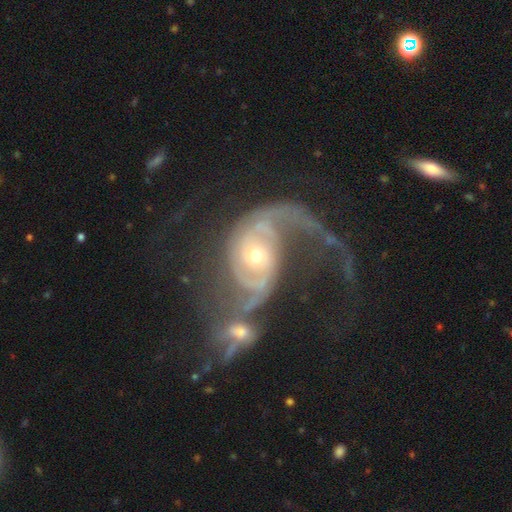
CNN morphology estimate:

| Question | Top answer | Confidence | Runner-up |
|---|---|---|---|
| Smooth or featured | featured or disk | 87% | smooth (7%) |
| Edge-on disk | no | 97% | yes (3%) |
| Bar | no | 66% | weak (25%) |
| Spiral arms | yes | 94% | no (6%) |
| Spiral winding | loose | 46% | medium (36%) |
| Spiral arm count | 2 | 56% | 1 (28%) |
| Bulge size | small | 52% | moderate (43%) |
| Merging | merger | 48% | major disturbance (29%) |